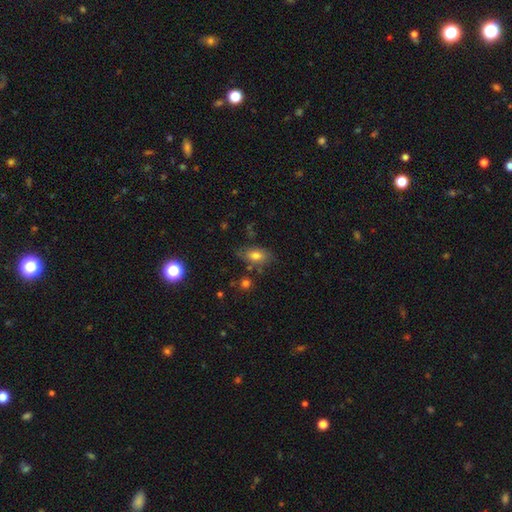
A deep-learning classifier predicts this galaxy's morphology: Smooth or featured?
  - smooth: 75% *
  - featured or disk: 15%
  - star or artifact: 10%
How rounded?
  - in between: 86% *
  - round: 10%
  - cigar-shaped: 4%
Merging?
  - none: 68% *
  - minor disturbance: 20%
  - merger: 6%
  - major disturbance: 6%